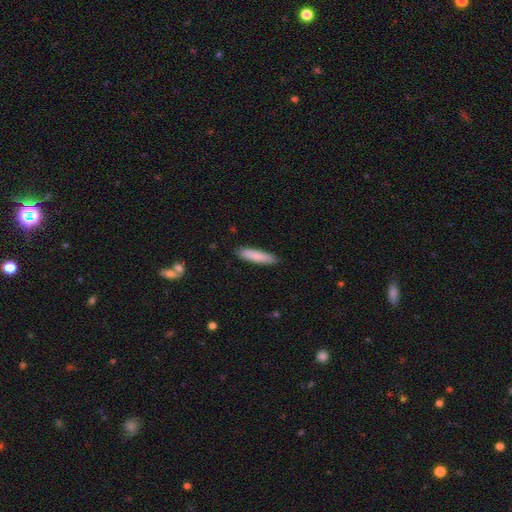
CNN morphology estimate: This is clearly a smooth galaxy (85%). How rounded: likely cigar-shaped (79%). Merging: clearly none (88%).